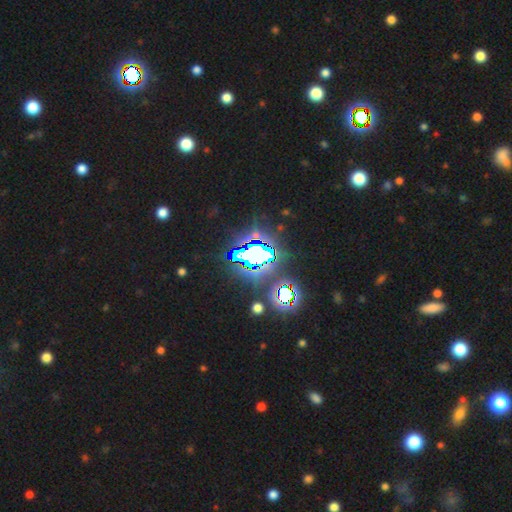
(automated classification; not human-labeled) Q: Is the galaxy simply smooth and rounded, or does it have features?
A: star or artifact — 72%.